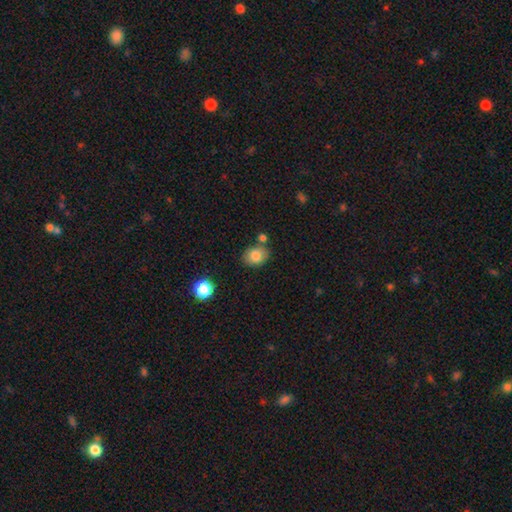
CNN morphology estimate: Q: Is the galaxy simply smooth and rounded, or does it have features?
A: smooth — 81%.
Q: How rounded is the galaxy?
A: in between — 56%.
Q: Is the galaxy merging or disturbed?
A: none — 71%.